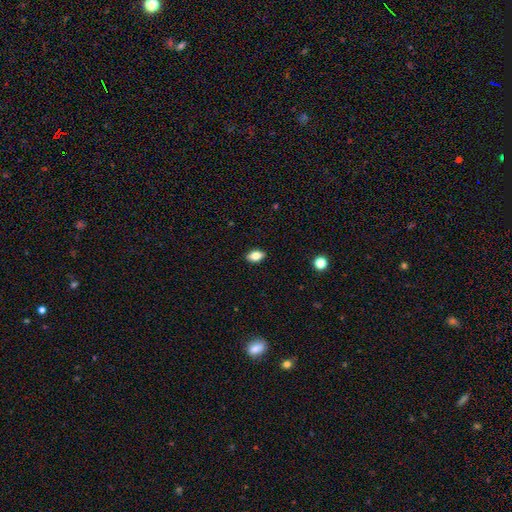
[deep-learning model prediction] Smooth or featured?
  - smooth: 79% *
  - featured or disk: 12%
  - star or artifact: 9%
How rounded?
  - in between: 87% *
  - round: 9%
  - cigar-shaped: 4%
Merging?
  - none: 89% *
  - minor disturbance: 8%
  - major disturbance: 2%
  - merger: 1%